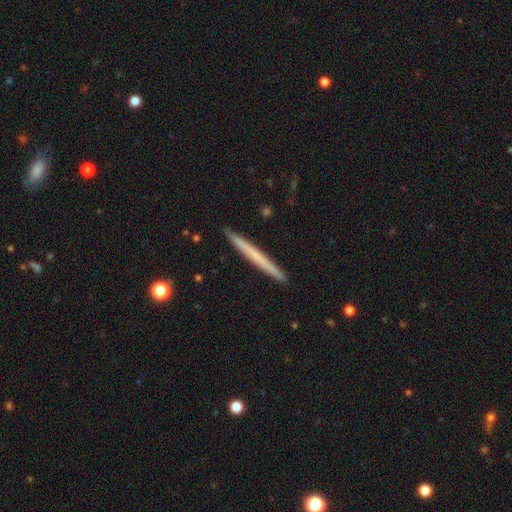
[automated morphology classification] Smooth or featured? smooth (54%)
How rounded? cigar-shaped (97%)
Merging? none (93%)